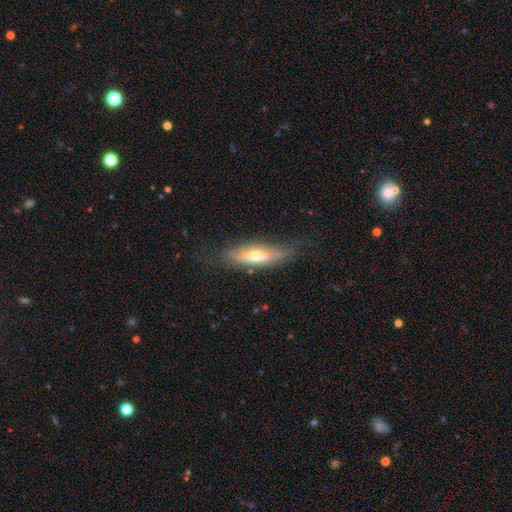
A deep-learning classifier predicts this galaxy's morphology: Smooth or featured? smooth (49%)
Merging? none (66%)